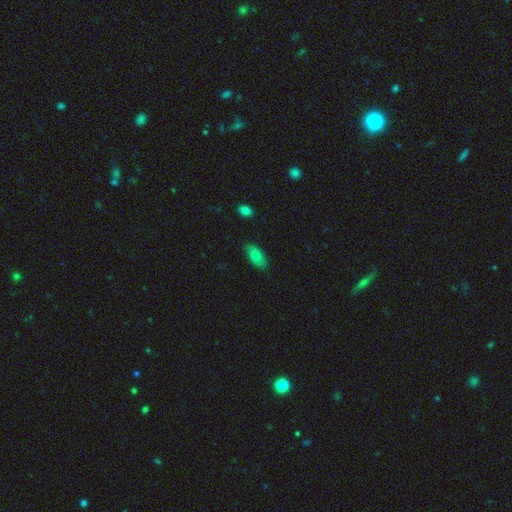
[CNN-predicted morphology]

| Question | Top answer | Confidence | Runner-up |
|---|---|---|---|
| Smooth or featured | smooth | 80% | featured or disk (12%) |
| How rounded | in between | 91% | cigar-shaped (6%) |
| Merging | none | 79% | minor disturbance (17%) |